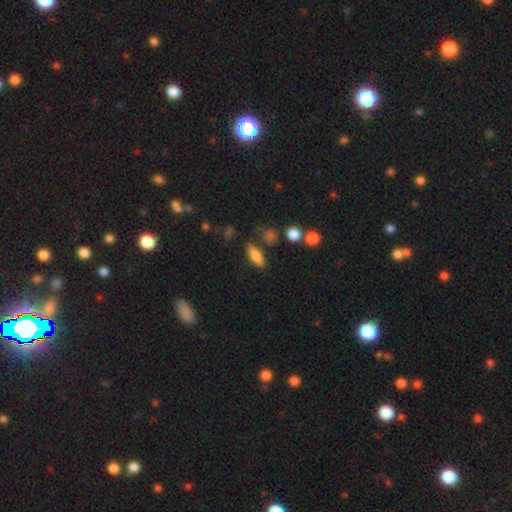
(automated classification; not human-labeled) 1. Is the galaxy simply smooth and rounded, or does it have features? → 79% smooth, 12% featured or disk, 9% star or artifact.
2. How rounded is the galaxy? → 62% in between, 34% cigar-shaped, 5% round.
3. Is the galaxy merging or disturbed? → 77% none, 14% minor disturbance, 5% merger, 4% major disturbance.